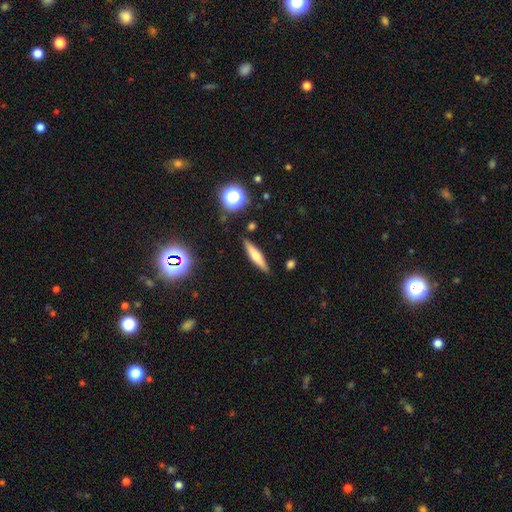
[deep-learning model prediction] The model was most divided on "smooth or featured": smooth: 50%, featured or disk: 42%, star or artifact: 9%. More confident: merging — none (87%).